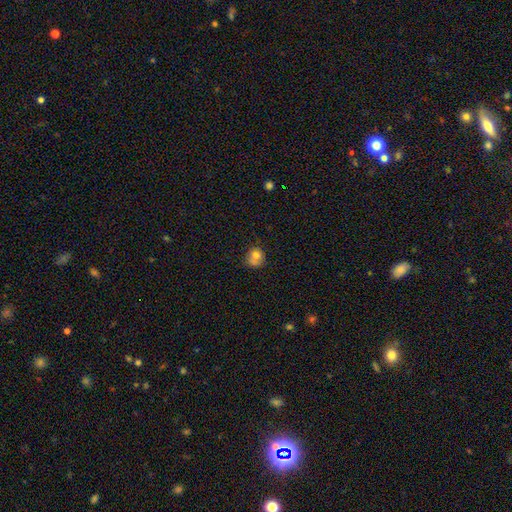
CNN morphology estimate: Smooth or featured? smooth (74%)
How rounded? round (80%)
Merging? none (50%)